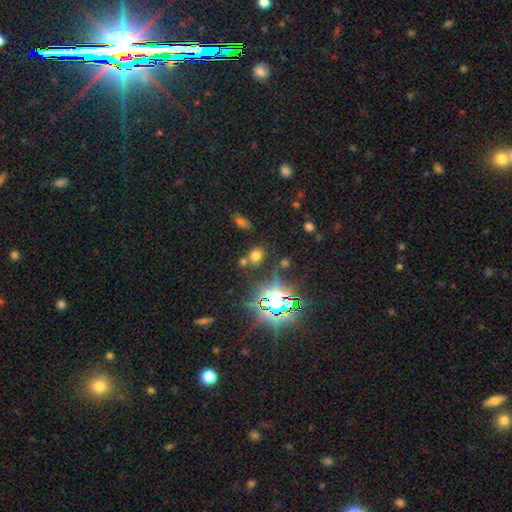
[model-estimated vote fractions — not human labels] A smooth galaxy with no disk features (58%) that is in between round and cigar-shaped (54%).

Vote fractions:
- Smooth or featured? smooth: 58% / star or artifact: 34% / featured or disk: 8%
- How rounded? in between: 54% / round: 43% / cigar-shaped: 2%
- Merging? none: 72% / merger: 12% / minor disturbance: 11% / major disturbance: 5%